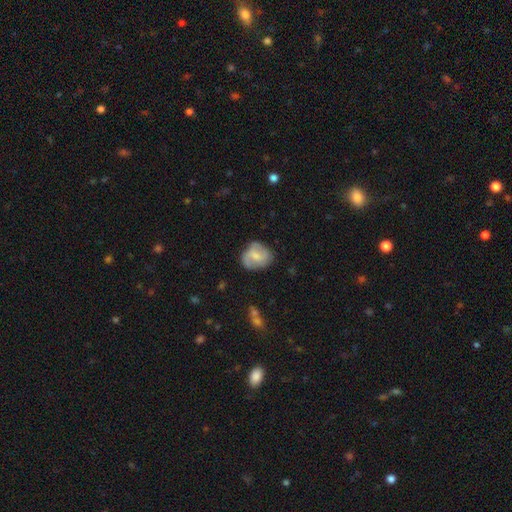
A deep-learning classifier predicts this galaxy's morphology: Overall: featured or disk (51%; smooth 43%). Edge-on disk: no (97%). Merging: none (67%).